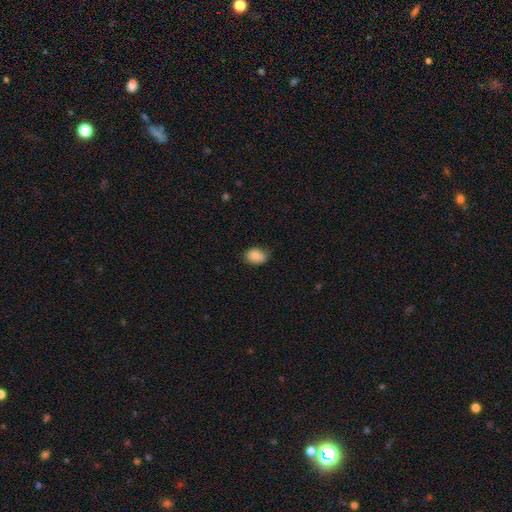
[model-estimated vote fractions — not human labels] Q: Smooth or featured?
A: smooth (88%); runner-up: star or artifact (8%)
Q: How rounded?
A: in between (75%); runner-up: round (24%)
Q: Merging?
A: none (73%); runner-up: minor disturbance (22%)